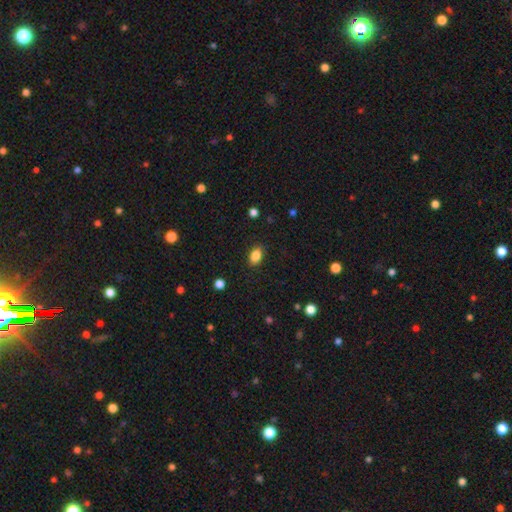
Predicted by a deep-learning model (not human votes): Morphology: type=smooth (85%); roundness=in between (84%); merging=none (88%).